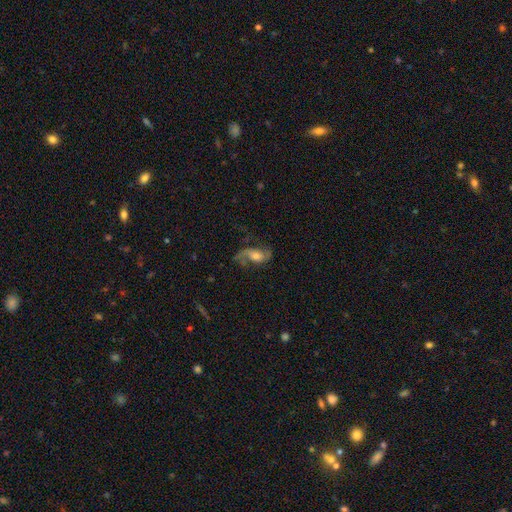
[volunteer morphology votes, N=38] A featured or disk galaxy (79%) with no bar (69%), 2 (75%) loose (50%) spiral arms (97%) and a moderate central bulge (59%). Merging: none (53%).